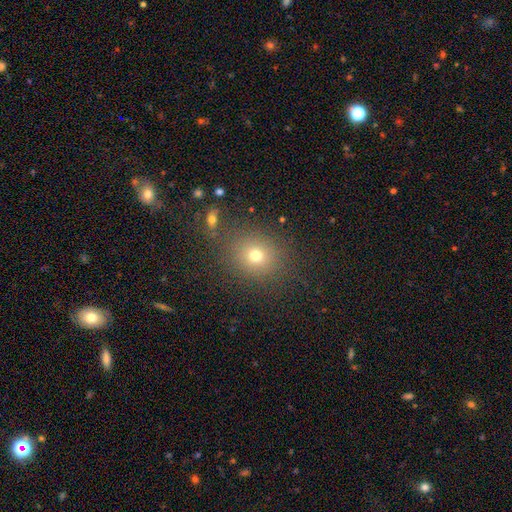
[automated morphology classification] The model was most divided on "how rounded": round: 76%, in between: 23%, cigar-shaped: 1%. More confident: merging — none (81%); smooth or featured — smooth (72%).